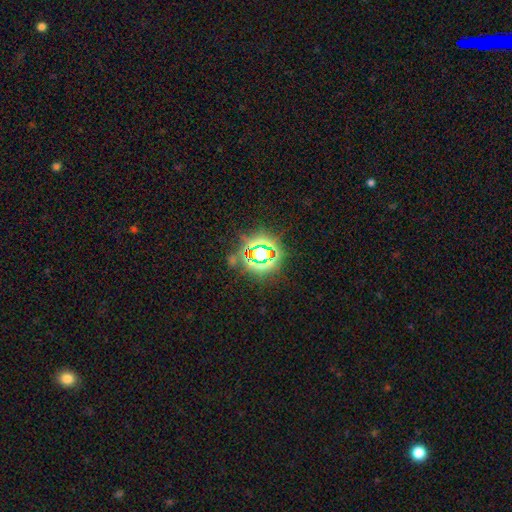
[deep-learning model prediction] This appears to be a star or artifact, not a galaxy (69%).